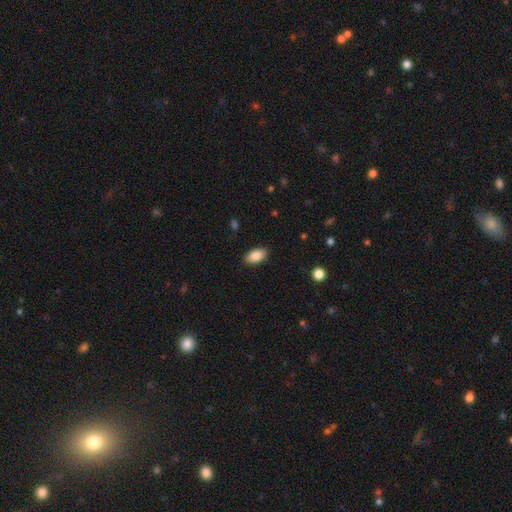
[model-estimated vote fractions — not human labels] smooth_or_featured: smooth (p=0.86) [alt: star or artifact p=0.07]
how_rounded: in between (p=0.94) [alt: round p=0.04]
merging: none (p=0.88) [alt: minor disturbance p=0.09]